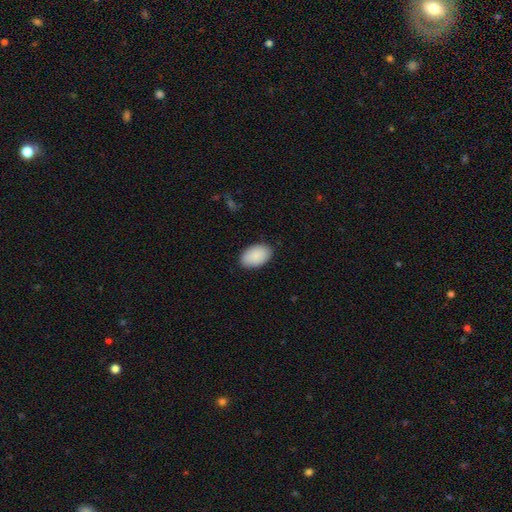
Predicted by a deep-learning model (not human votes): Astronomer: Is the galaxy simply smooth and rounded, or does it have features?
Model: smooth — 90%.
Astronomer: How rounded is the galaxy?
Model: in between — 93%.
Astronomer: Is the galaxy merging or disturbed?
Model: none — 87%.